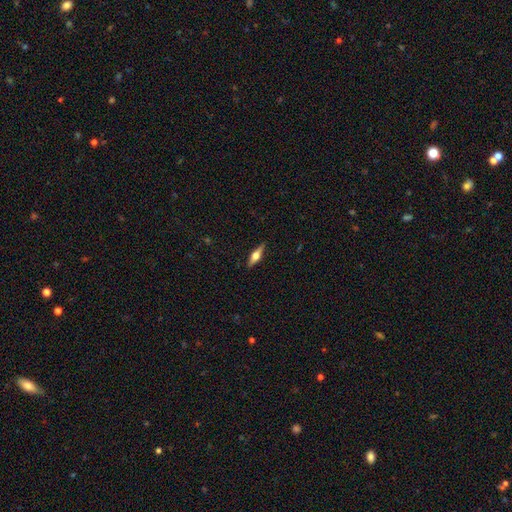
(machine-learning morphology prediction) Overall: featured or disk (61%; smooth 33%). Edge-on disk: yes (95%). Edge-on bulge: rounded (93%). Merging: none (89%).